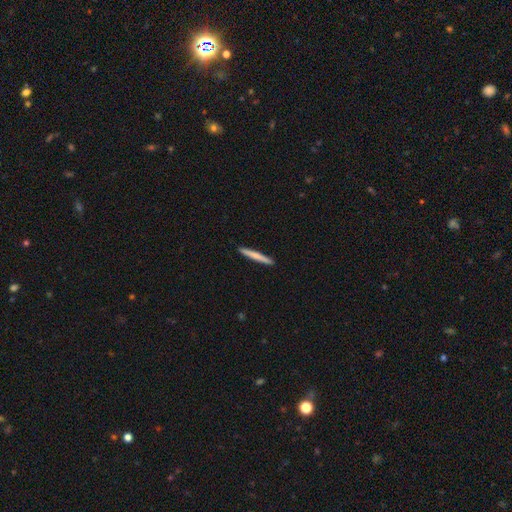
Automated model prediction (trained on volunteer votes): Overall: smooth (67%; featured or disk 28%). How rounded: cigar-shaped (97%). Merging: none (92%).